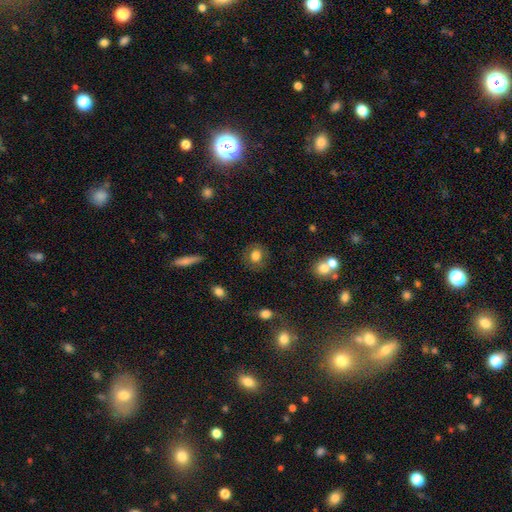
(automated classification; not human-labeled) smooth_or_featured: smooth (p=0.75) [alt: featured or disk p=0.15]
how_rounded: round (p=0.71) [alt: in between p=0.28]
merging: none (p=0.83) [alt: minor disturbance p=0.11]